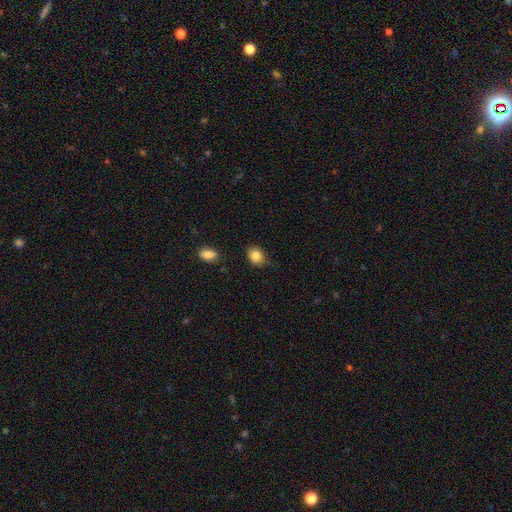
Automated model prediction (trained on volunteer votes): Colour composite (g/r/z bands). It shows a smooth galaxy with no disk features (84%) that is round (50%). Merging: none (72%).